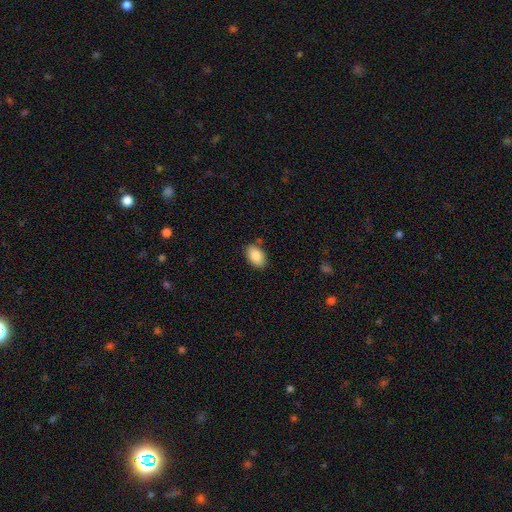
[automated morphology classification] smooth 88%, star or artifact 7%, featured or disk 6%. Down the decision tree: how rounded — in between (91%); merging — none (82%).